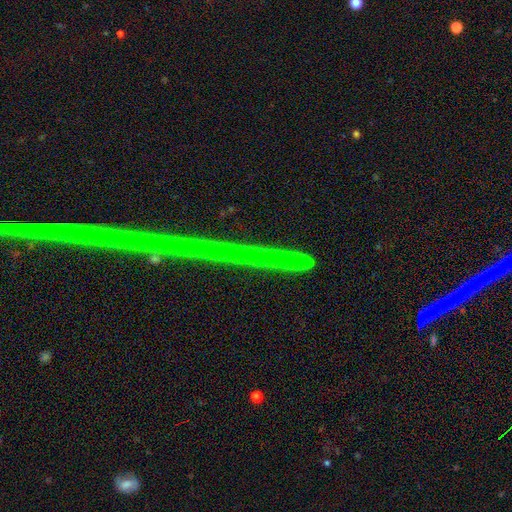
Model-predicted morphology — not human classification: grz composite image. It shows a star or artifact, not a galaxy (80%).